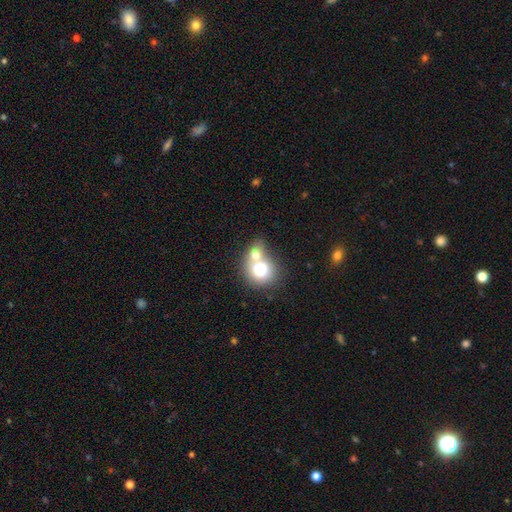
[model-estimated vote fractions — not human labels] The model was most divided on "merging": merger: 62%, none: 28%, minor disturbance: 6%, major disturbance: 4%. More confident: how rounded — round (69%); smooth or featured — smooth (68%).